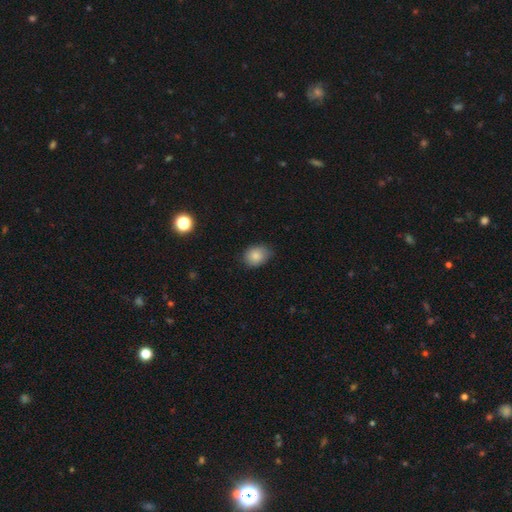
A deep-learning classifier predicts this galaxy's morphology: Smooth or featured? Predicted: smooth (p=0.85). How rounded? Predicted: in between (p=0.59). Merging? Predicted: none (p=0.73).